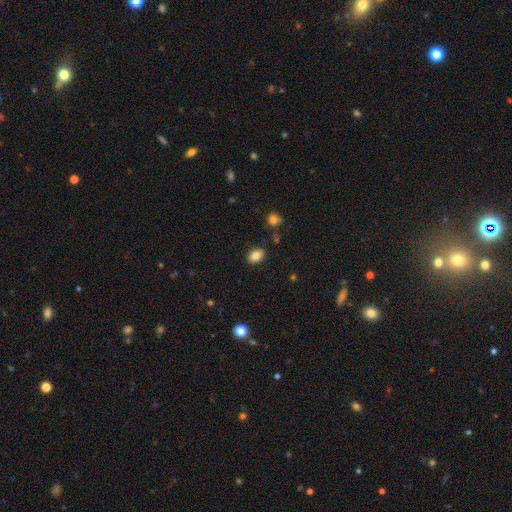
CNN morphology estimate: smooth_or_featured: smooth (p=0.83) [alt: star or artifact p=0.09]
how_rounded: in between (p=0.81) [alt: round p=0.17]
merging: none (p=0.87) [alt: minor disturbance p=0.09]